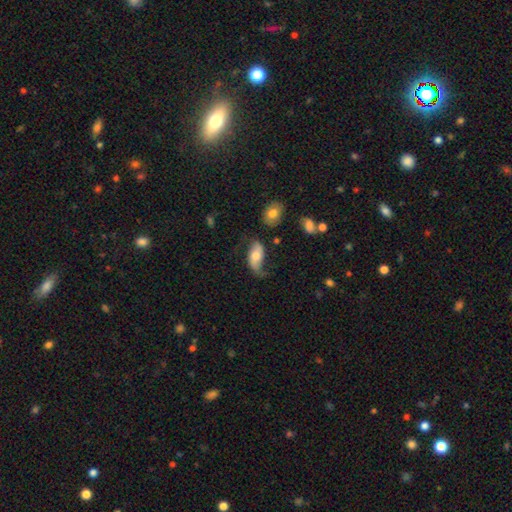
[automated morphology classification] Smooth or featured: featured or disk — 53% (smooth — 40%)
Edge-on disk: no — 91% (yes — 9%)
Merging: none — 51% (minor disturbance — 27%)